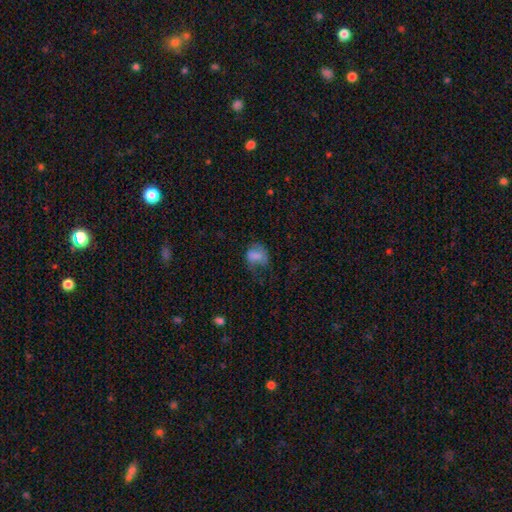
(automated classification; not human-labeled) Morphology: type=smooth (70%); roundness=in between (56%); merging=none (37%).